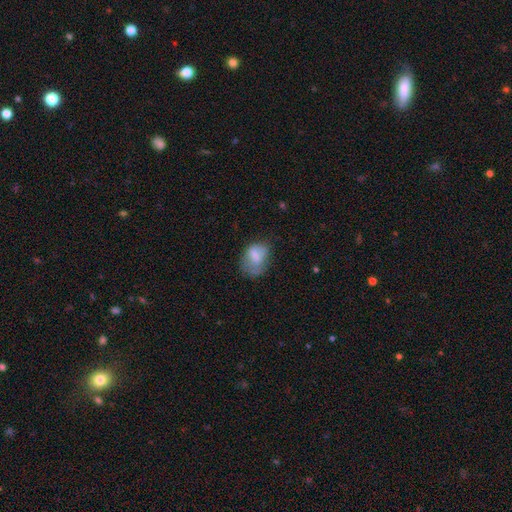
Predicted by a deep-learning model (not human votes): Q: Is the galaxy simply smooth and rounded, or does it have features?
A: smooth — 69%.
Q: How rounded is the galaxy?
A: in between — 76%.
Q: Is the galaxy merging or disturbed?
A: none — 37%.